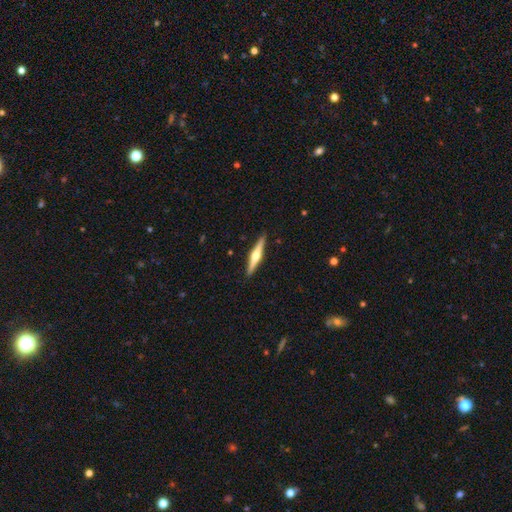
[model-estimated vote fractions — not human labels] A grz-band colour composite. It shows a featured or disk galaxy (72%) viewed edge-on (98%) with a rounded central bulge (92%). Merging: none (91%).